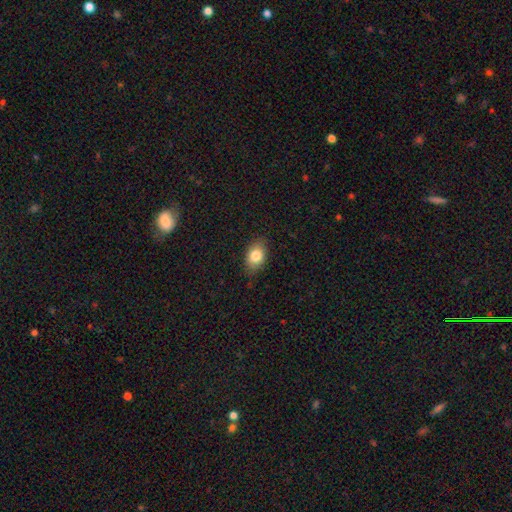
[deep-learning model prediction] Q: Smooth or featured?
A: smooth (82%); runner-up: featured or disk (10%)
Q: How rounded?
A: in between (81%); runner-up: round (17%)
Q: Merging?
A: none (83%); runner-up: minor disturbance (14%)